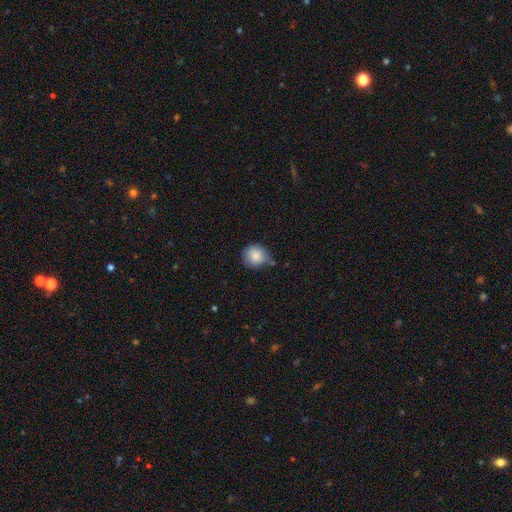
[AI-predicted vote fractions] This is clearly a smooth galaxy (86%). How rounded: clearly round (87%). Merging: possibly none (58%).